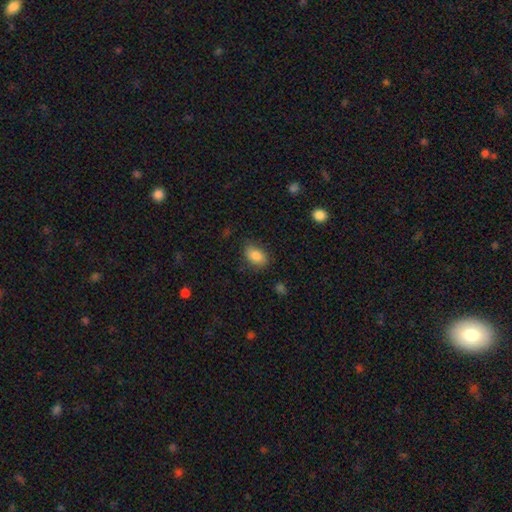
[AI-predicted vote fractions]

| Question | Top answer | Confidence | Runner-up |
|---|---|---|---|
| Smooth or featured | smooth | 86% | star or artifact (8%) |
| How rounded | in between | 88% | round (10%) |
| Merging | none | 79% | minor disturbance (16%) |